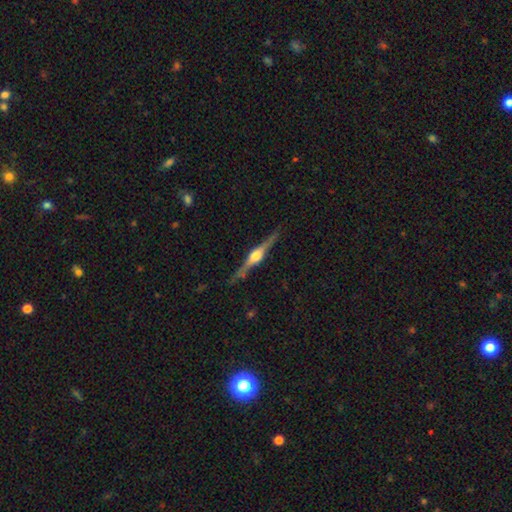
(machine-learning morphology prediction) featured or disk 84%, smooth 11%, star or artifact 5%. Down the decision tree: edge-on disk — yes (98%); edge-on bulge — rounded (92%); merging — none (88%).